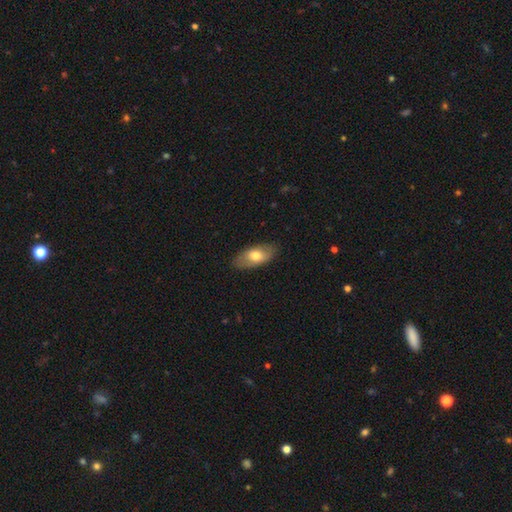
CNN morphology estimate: Smooth or featured? Predicted: smooth (p=0.66). How rounded? Predicted: in between (p=0.91). Merging? Predicted: none (p=0.84).